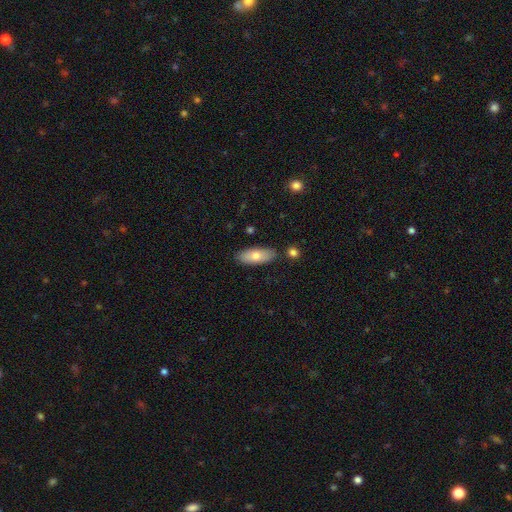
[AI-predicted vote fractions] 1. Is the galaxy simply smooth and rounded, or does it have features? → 74% smooth, 20% featured or disk, 6% star or artifact.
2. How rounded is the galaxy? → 76% in between, 22% cigar-shaped, 2% round.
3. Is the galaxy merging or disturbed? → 84% none, 10% minor disturbance, 3% merger, 2% major disturbance.